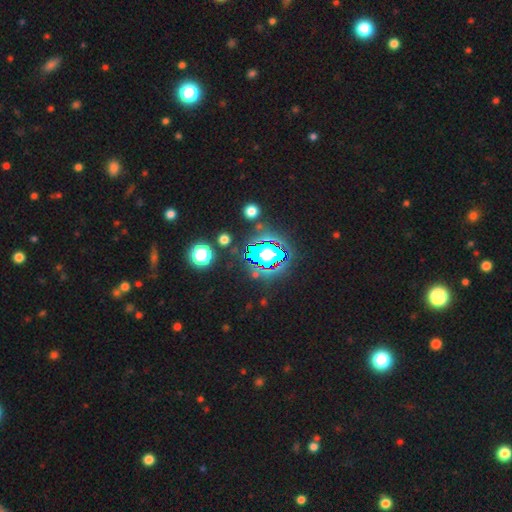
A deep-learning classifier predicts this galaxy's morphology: smooth-or-featured: star or artifact: 82% | smooth: 11% | featured or disk: 7%